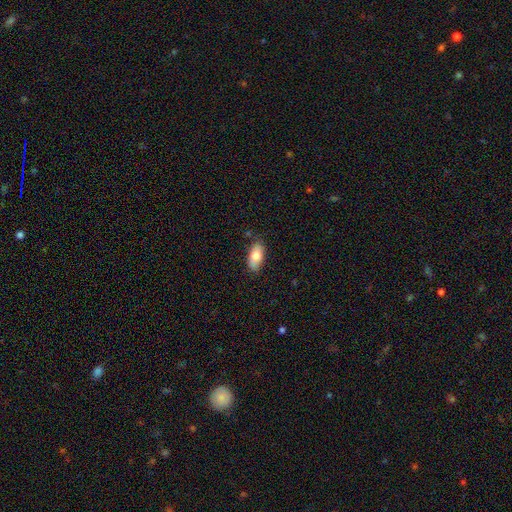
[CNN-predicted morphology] This appears to be a smooth galaxy with no disk features (82%) that is in between round and cigar-shaped (90%). Merging: none (75%).